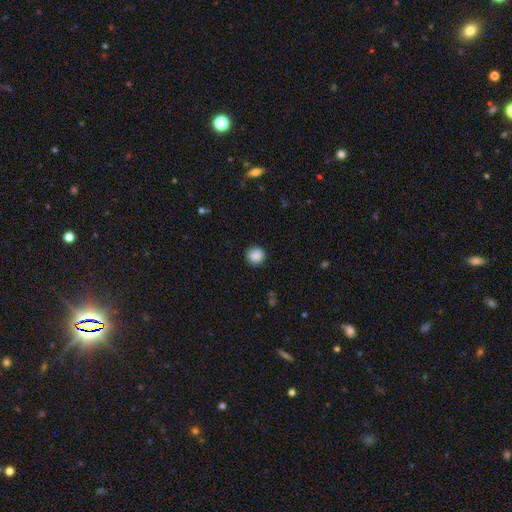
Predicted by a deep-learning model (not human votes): A smooth galaxy with no disk features (87%) that is round (91%). Merging: none (85%).